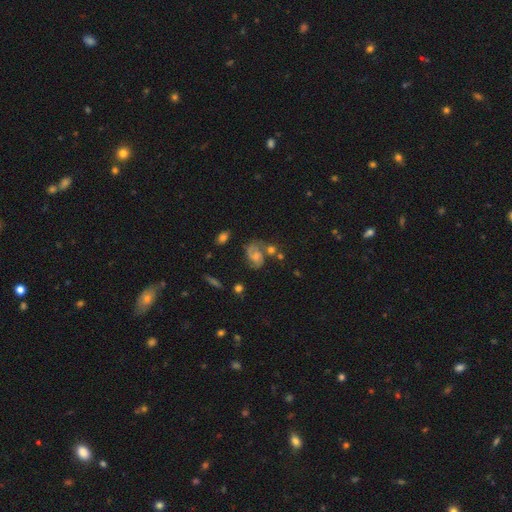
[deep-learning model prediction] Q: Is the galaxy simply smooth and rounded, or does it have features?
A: featured or disk — 67%.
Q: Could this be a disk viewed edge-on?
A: no — 97%.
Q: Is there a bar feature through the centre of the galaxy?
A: no — 59%.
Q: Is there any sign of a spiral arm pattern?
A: yes — 89%.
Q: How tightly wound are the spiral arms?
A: medium — 50%.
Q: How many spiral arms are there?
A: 2 — 74%.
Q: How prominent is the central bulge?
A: moderate — 40%, tied with small.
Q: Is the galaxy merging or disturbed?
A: none — 57%.